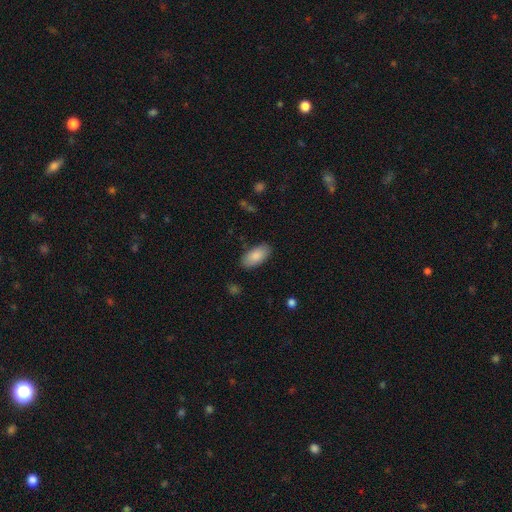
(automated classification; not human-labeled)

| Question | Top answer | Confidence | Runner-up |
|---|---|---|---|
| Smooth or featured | smooth | 86% | featured or disk (8%) |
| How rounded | in between | 93% | cigar-shaped (5%) |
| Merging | none | 85% | minor disturbance (11%) |